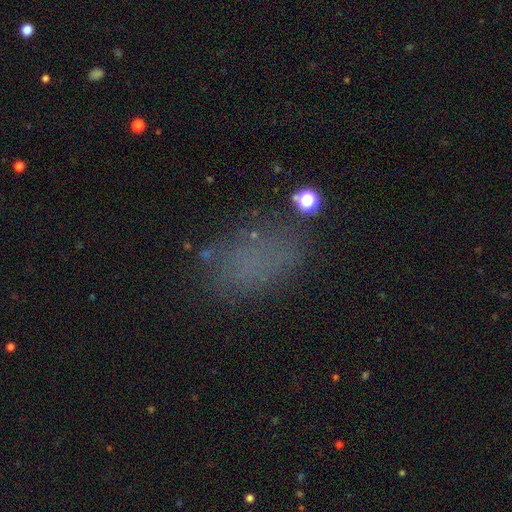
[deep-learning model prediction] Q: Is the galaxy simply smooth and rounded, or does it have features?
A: smooth — 59%.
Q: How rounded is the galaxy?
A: in between — 82%.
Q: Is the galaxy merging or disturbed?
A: none — 66%.